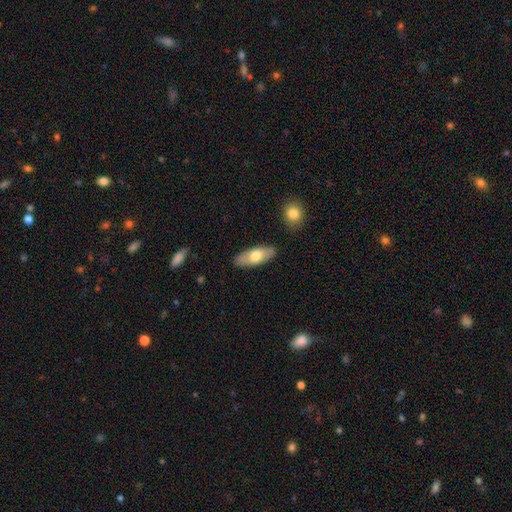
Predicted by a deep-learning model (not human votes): smooth-or-featured: smooth: 68% | featured or disk: 27% | star or artifact: 6%
  how-rounded: in between: 78% | cigar-shaped: 19% | round: 2%
  merging: none: 86% | minor disturbance: 10% | merger: 2% | major disturbance: 2%